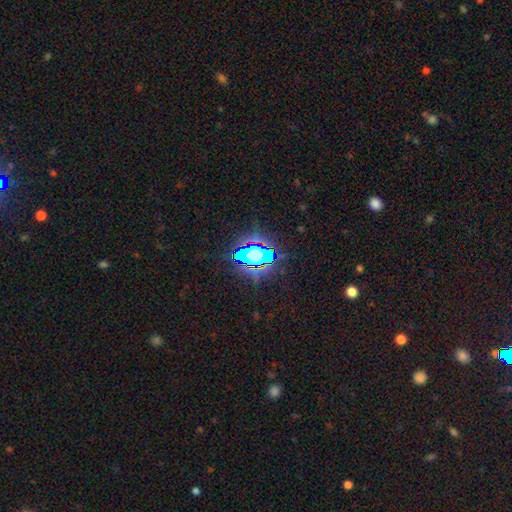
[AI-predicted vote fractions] This appears to be a star or artifact, not a galaxy (52%).